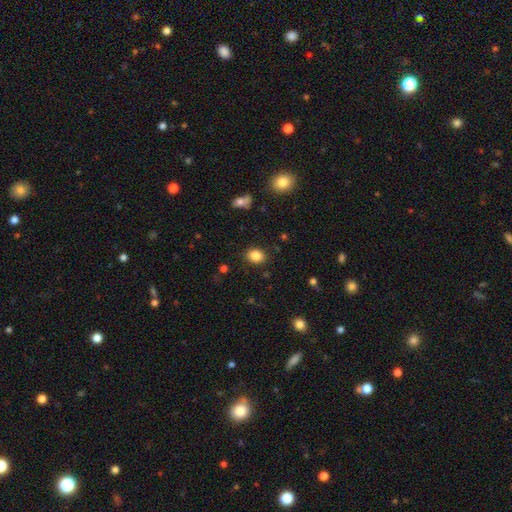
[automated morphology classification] Smooth or featured? Predicted: smooth (p=0.85). How rounded? Predicted: in between (p=0.52). Merging? Predicted: none (p=0.87).